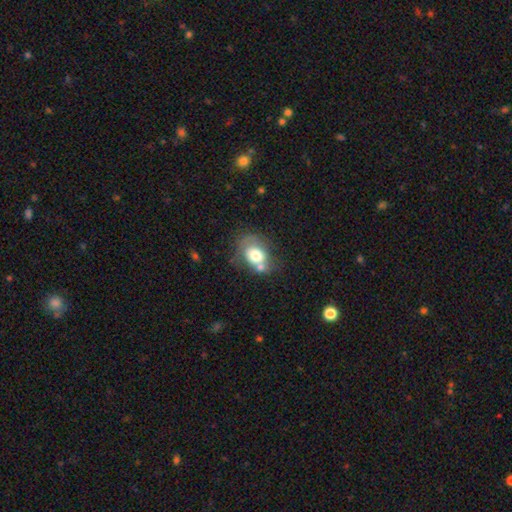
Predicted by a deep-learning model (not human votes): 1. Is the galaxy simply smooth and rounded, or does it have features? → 64% smooth, 27% featured or disk, 9% star or artifact.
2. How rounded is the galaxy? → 60% in between, 39% round, 1% cigar-shaped.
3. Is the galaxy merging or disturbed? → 39% none, 27% merger, 22% minor disturbance, 12% major disturbance.